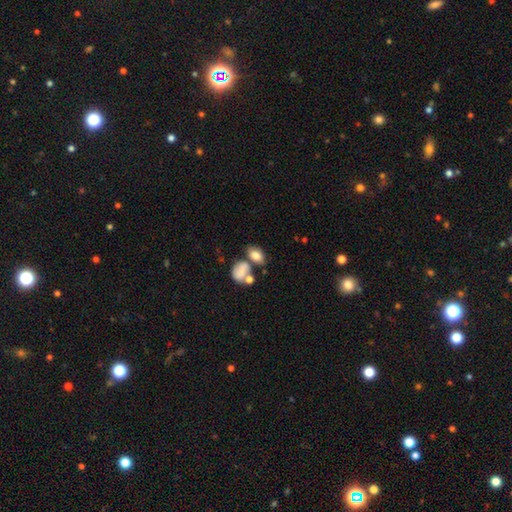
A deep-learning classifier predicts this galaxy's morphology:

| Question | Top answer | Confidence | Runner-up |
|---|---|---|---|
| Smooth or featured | smooth | 79% | featured or disk (12%) |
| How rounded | in between | 85% | round (13%) |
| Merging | none | 41% | merger (35%) |